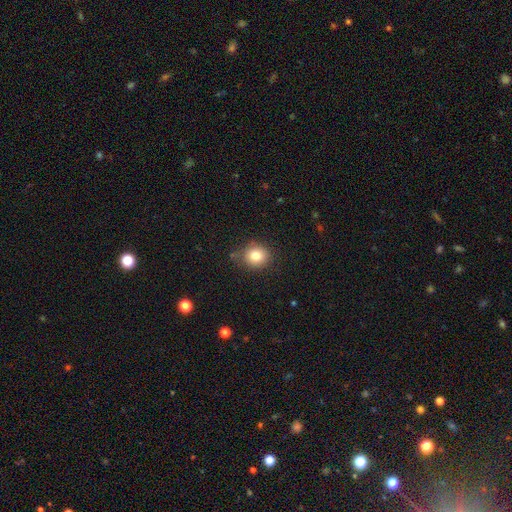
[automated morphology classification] Smooth or featured?
  - smooth: 81% *
  - star or artifact: 11%
  - featured or disk: 8%
How rounded?
  - round: 87% *
  - in between: 12%
  - cigar-shaped: 1%
Merging?
  - none: 83% *
  - minor disturbance: 12%
  - major disturbance: 3%
  - merger: 2%